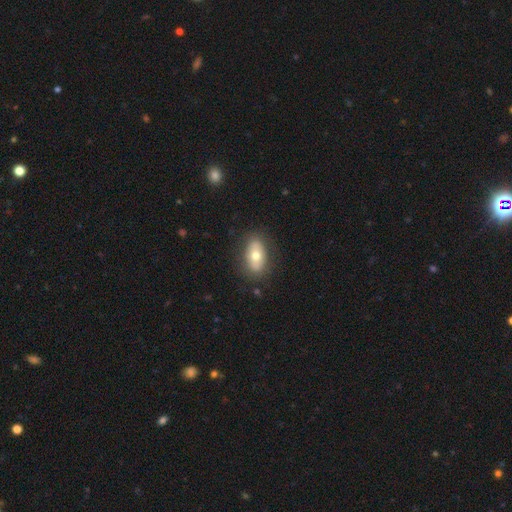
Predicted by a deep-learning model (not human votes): Q: Smooth or featured?
A: smooth (63%); runner-up: featured or disk (30%)
Q: How rounded?
A: in between (89%); runner-up: round (7%)
Q: Merging?
A: none (83%); runner-up: minor disturbance (12%)